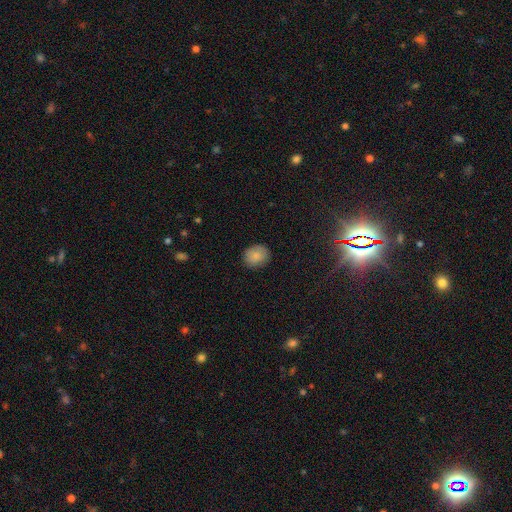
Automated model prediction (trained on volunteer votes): Smooth or featured? smooth (85%)
How rounded? round (65%)
Merging? none (85%)